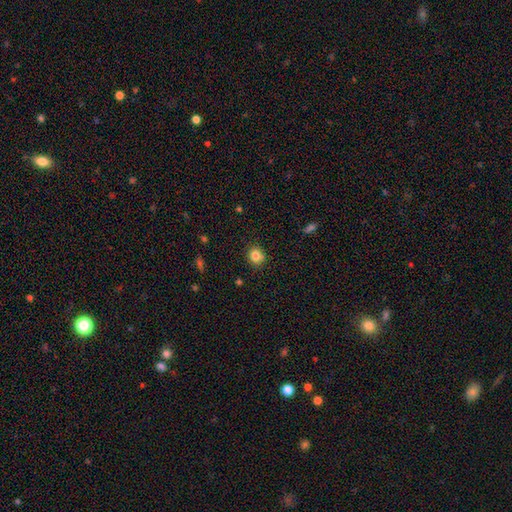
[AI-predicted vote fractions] The model was most divided on "how rounded": round: 82%, in between: 17%, cigar-shaped: 1%. More confident: merging — none (82%); smooth or featured — smooth (82%).